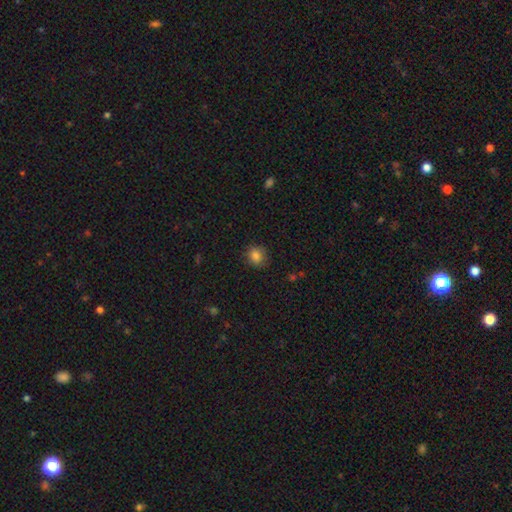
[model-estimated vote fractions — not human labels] Overall: smooth (84%). How rounded: round (80%). Merging: none (85%).